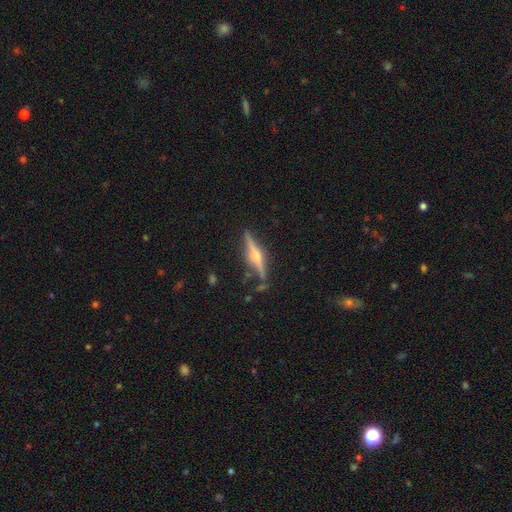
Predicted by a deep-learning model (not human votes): smooth_or_featured: featured or disk (p=0.77) [alt: smooth p=0.16]
disk_edge_on: yes (p=0.97) [alt: no p=0.03]
edge_on_bulge: rounded (p=0.89) [alt: boxy p=0.06]
merging: none (p=0.81) [alt: minor disturbance p=0.12]